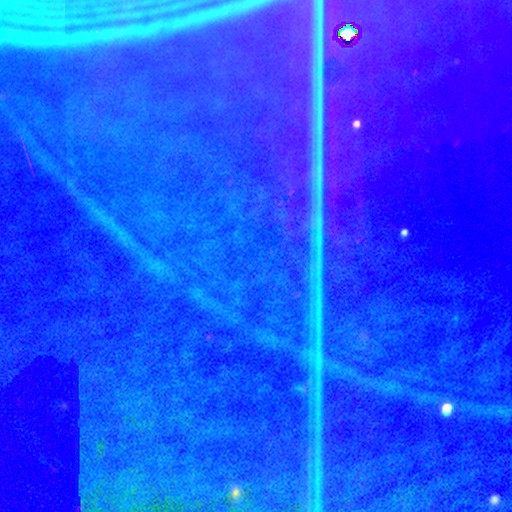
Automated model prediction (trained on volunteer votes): Smooth or featured? Predicted: star or artifact (p=0.88).